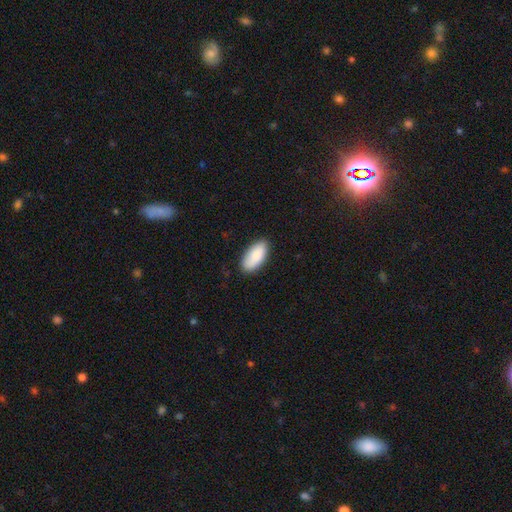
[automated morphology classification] This is clearly a smooth galaxy (87%). How rounded: clearly in between (92%). Merging: clearly none (84%).